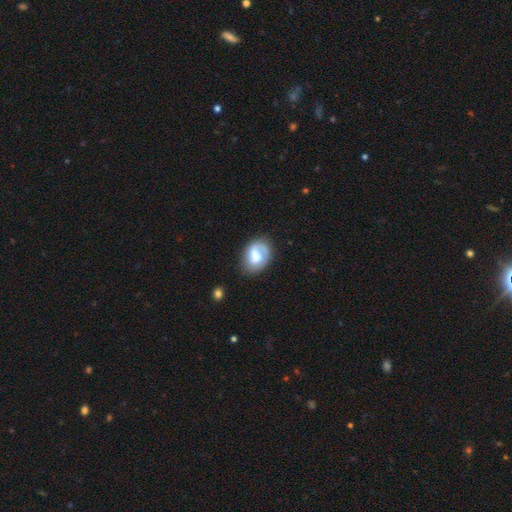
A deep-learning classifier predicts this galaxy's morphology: Smooth or featured?
  - featured or disk: 49% *
  - smooth: 44%
  - star or artifact: 7%
Merging?
  - none: 63% *
  - minor disturbance: 22%
  - major disturbance: 13%
  - merger: 2%